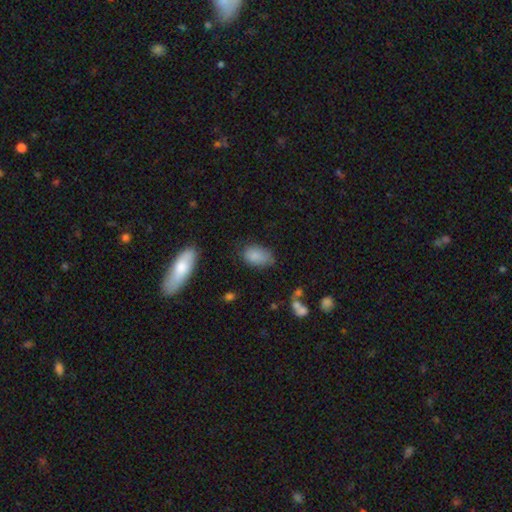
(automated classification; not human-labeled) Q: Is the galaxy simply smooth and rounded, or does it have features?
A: smooth — 85%.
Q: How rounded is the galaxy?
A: in between — 91%.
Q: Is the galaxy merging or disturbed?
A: none — 63%.